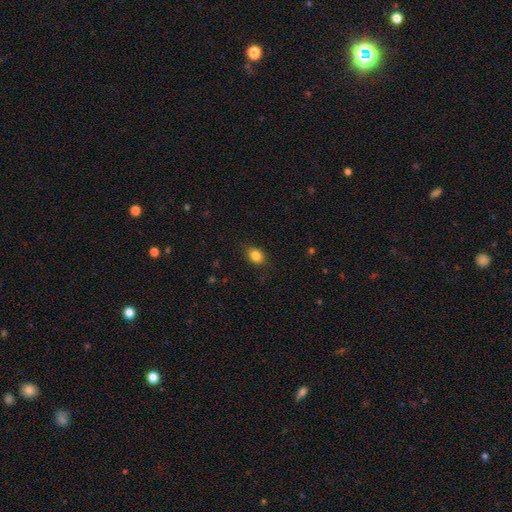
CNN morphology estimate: smooth_or_featured: smooth (p=0.84) [alt: star or artifact p=0.10]
how_rounded: in between (p=0.66) [alt: round p=0.33]
merging: none (p=0.84) [alt: minor disturbance p=0.12]